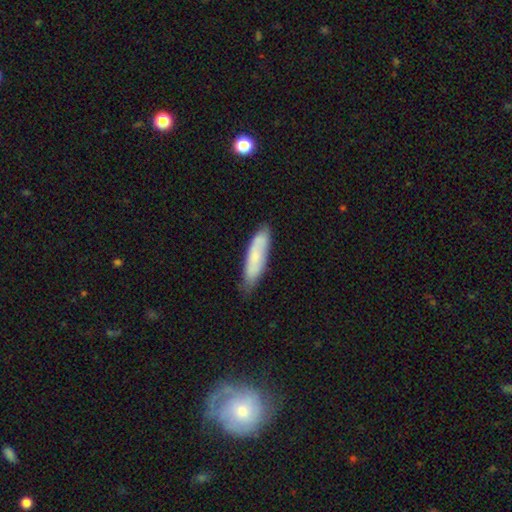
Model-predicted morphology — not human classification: Overall: smooth (68%). How rounded: cigar-shaped (66%; in between 33%). Merging: none (72%).